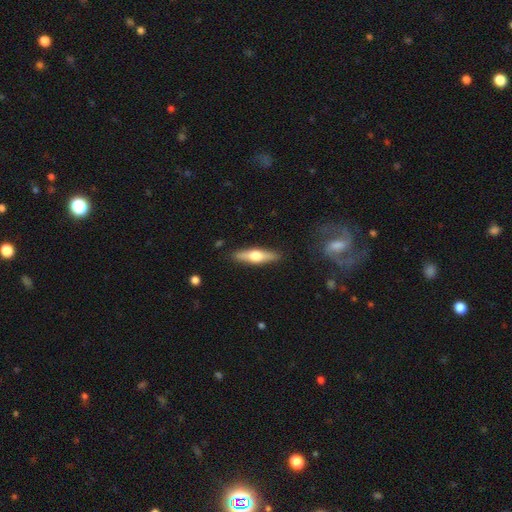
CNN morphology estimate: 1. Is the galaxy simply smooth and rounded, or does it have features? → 53% featured or disk, 41% smooth, 6% star or artifact.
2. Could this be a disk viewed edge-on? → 93% yes, 7% no.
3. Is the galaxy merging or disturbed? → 88% none, 9% minor disturbance, 2% major disturbance, 1% merger.